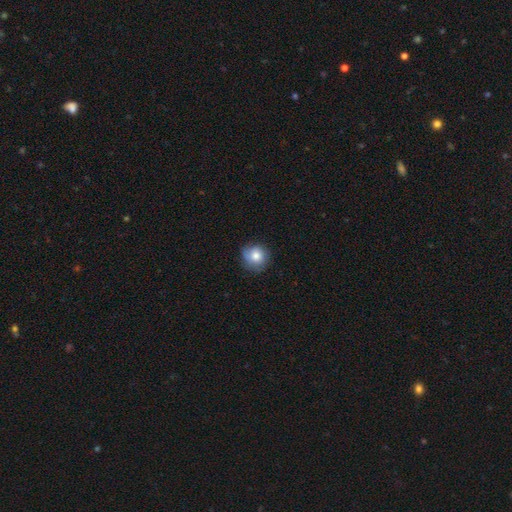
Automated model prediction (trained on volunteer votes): Smooth or featured? Predicted: smooth (p=0.75). How rounded? Predicted: round (p=0.87). Merging? Predicted: none (p=0.71).